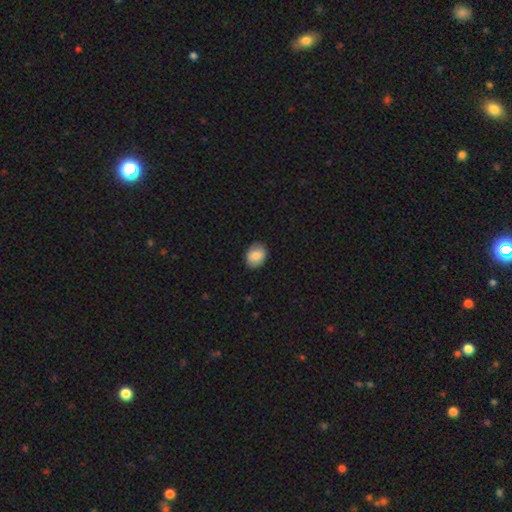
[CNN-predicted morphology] A smooth galaxy with no disk features (83%) that is in between round and cigar-shaped (59%). Merging: none (87%).